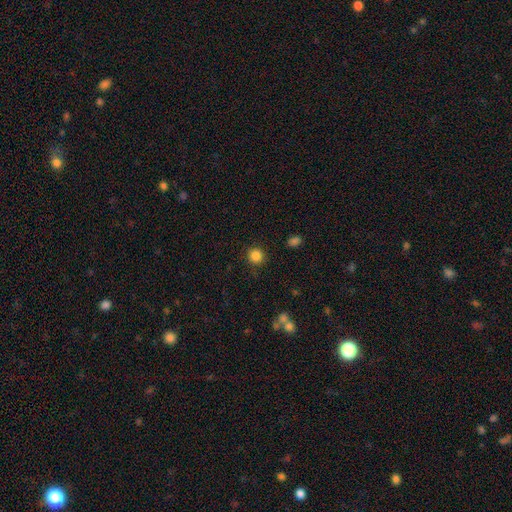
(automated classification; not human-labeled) Morphology: type=smooth (85%); roundness=round (92%); merging=none (90%).